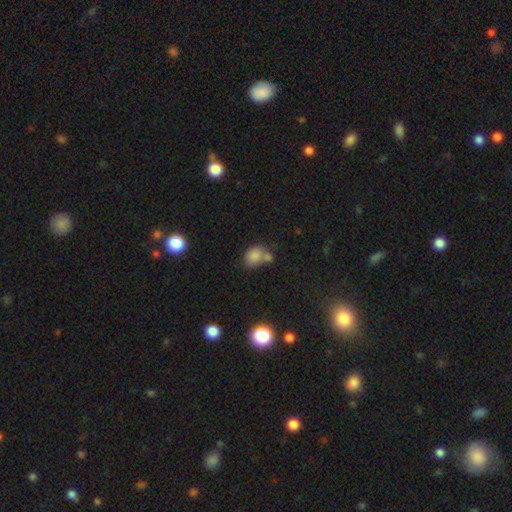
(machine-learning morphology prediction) smooth 78%, star or artifact 13%, featured or disk 9%. Down the decision tree: how rounded — in between (67%); merging — merger (43%).